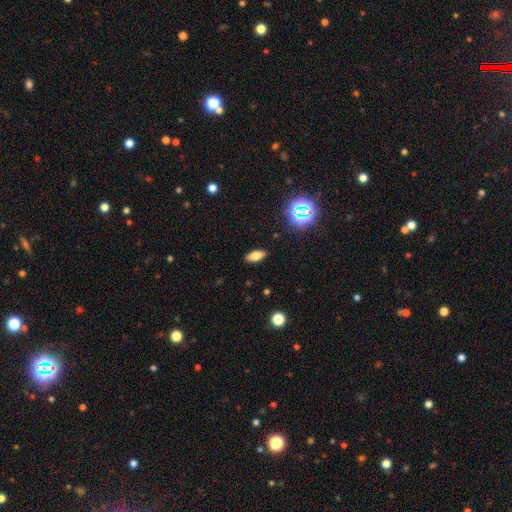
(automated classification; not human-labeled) Morphology: type=smooth (70%); roundness=in between (84%); merging=none (89%).